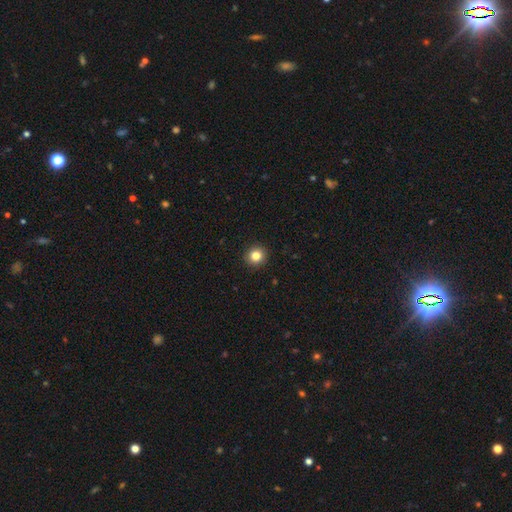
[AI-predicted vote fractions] A smooth galaxy with no disk features (83%) that is round (93%). Merging: none (93%).